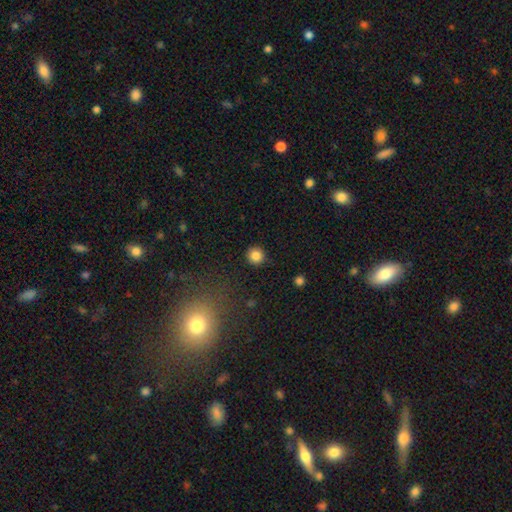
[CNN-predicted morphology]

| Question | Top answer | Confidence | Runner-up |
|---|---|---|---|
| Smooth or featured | smooth | 84% | star or artifact (11%) |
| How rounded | round | 94% | in between (5%) |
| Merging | none | 91% | minor disturbance (6%) |